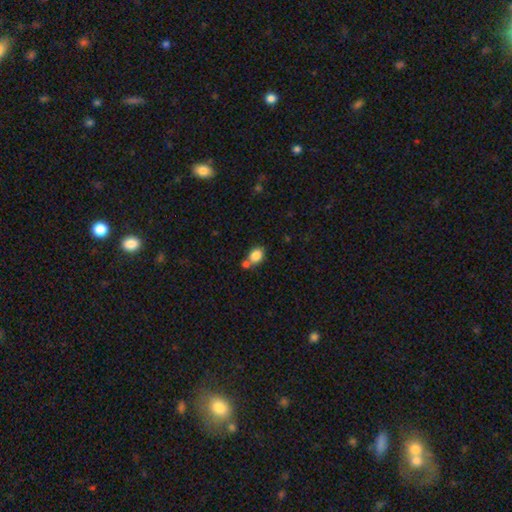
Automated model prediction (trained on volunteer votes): Smooth or featured? smooth (84%)
How rounded? in between (54%)
Merging? none (52%)